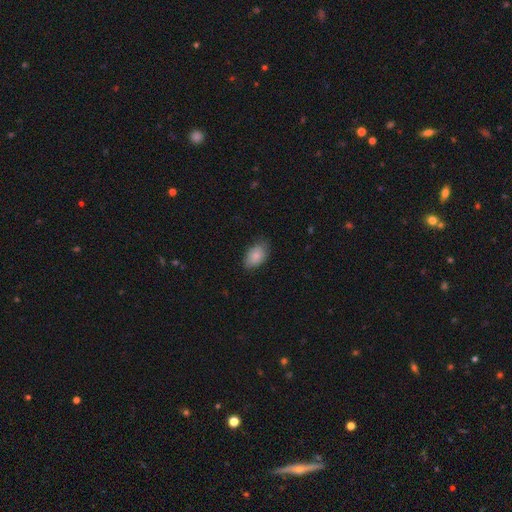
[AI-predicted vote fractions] The model was most divided on "merging": none: 76%, minor disturbance: 19%, major disturbance: 3%, merger: 1%. More confident: how rounded — in between (90%); smooth or featured — smooth (84%).